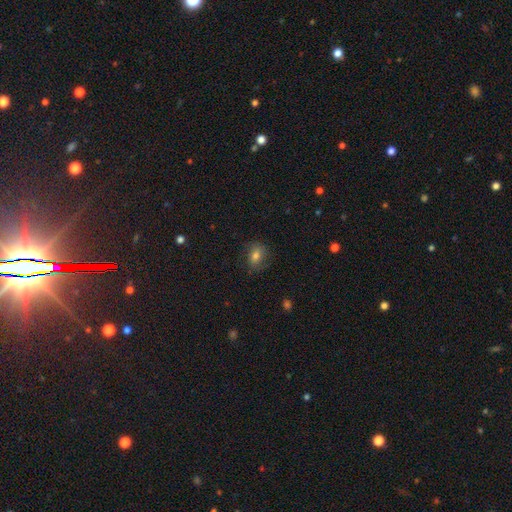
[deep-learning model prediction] Smooth or featured? Predicted: smooth (p=0.69). How rounded? Predicted: in between (p=0.57). Merging? Predicted: none (p=0.76).